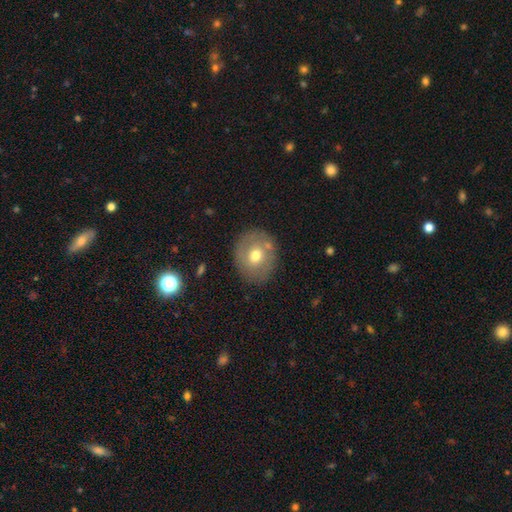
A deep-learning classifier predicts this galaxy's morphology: The model was most divided on "smooth or featured": smooth: 60%, featured or disk: 32%, star or artifact: 9%. More confident: merging — none (79%); how rounded — round (67%).